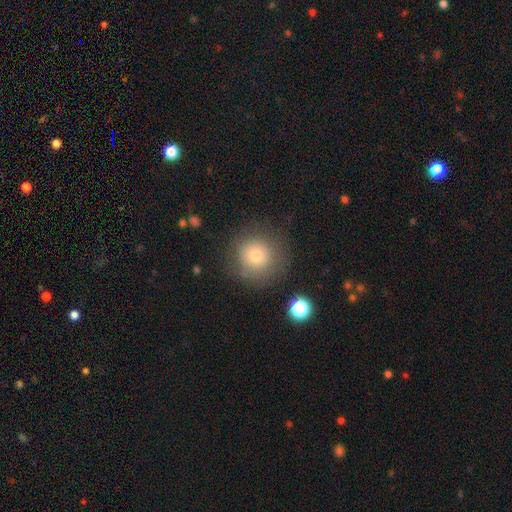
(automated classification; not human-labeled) This is likely a smooth galaxy (75%). How rounded: clearly round (94%). Merging: clearly none (80%).